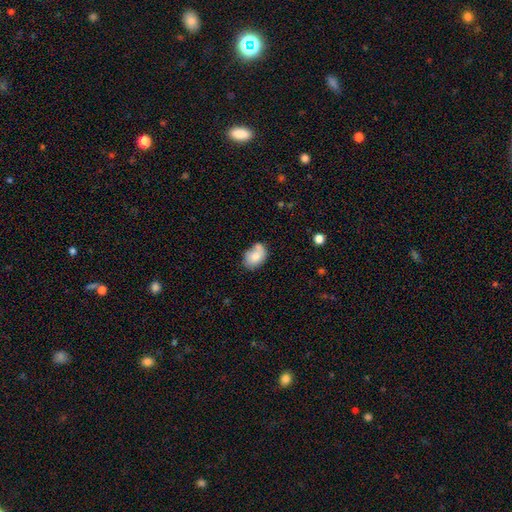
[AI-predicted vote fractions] smooth_or_featured: smooth (p=0.75) [alt: featured or disk p=0.17]
how_rounded: in between (p=0.78) [alt: round p=0.20]
merging: none (p=0.47) [alt: minor disturbance p=0.25]